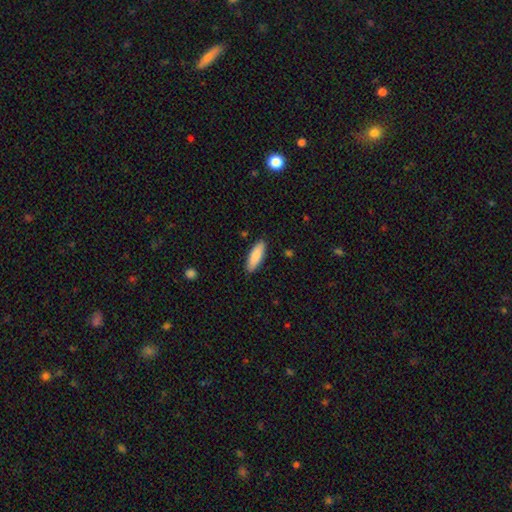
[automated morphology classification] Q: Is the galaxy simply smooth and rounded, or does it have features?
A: smooth — 88%.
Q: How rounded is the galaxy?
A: in between — 59%.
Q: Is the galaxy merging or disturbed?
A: none — 88%.